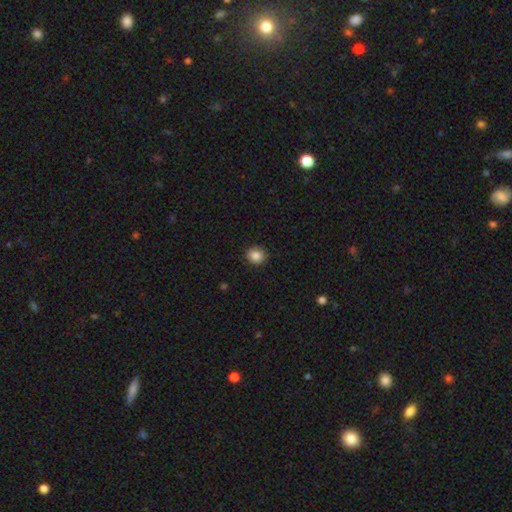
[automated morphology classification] smooth-or-featured: smooth: 86% | star or artifact: 10% | featured or disk: 4%
  how-rounded: round: 78% | in between: 22% | cigar-shaped: 1%
  merging: none: 90% | minor disturbance: 7% | major disturbance: 2% | merger: 1%